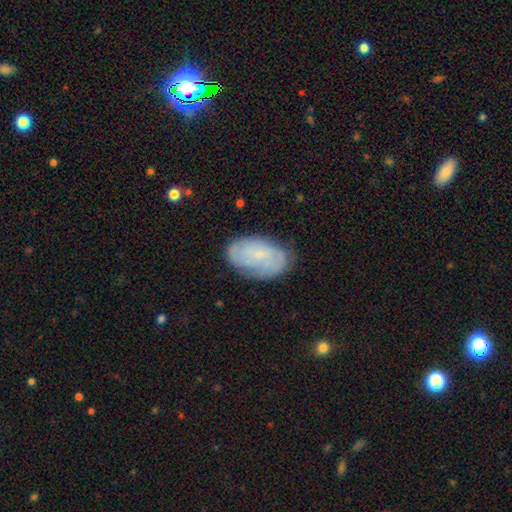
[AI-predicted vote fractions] smooth_or_featured: featured or disk (p=0.47) [alt: smooth p=0.43]
merging: none (p=0.79) [alt: minor disturbance p=0.15]